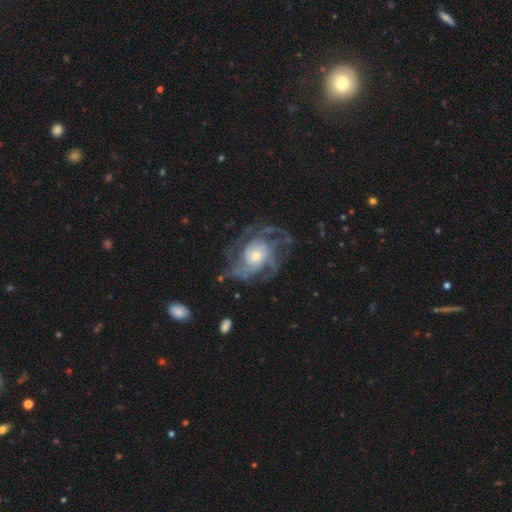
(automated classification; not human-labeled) Morphology: type=featured or disk (87%); edge-on=no (97%); bar=no (70%); spiral arms=yes (94%); winding=tight (45%); arm count=can't tell (28%); bulge=moderate (52%); merging=none (61%).